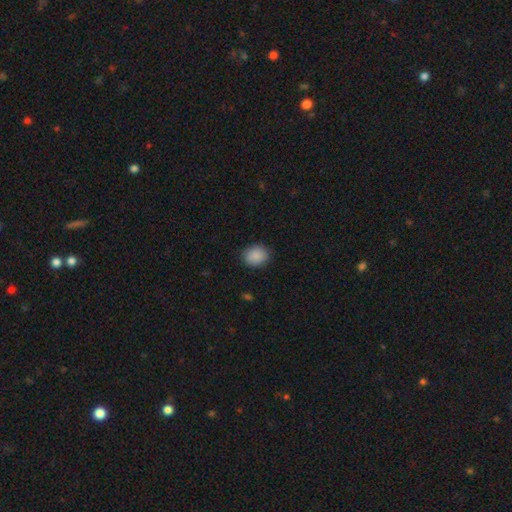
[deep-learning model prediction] Q: Smooth or featured?
A: smooth (89%); runner-up: star or artifact (8%)
Q: How rounded?
A: round (54%); runner-up: in between (45%)
Q: Merging?
A: none (87%); runner-up: minor disturbance (9%)